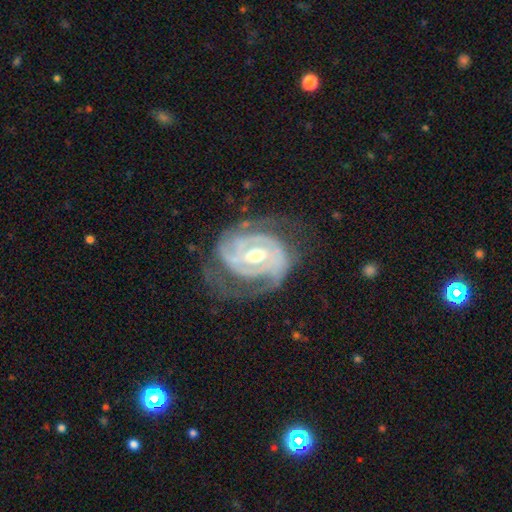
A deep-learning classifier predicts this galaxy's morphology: Smooth or featured? Predicted: featured or disk (p=0.90). Edge-on disk? Predicted: no (p=0.97). Bar? Predicted: weak (p=0.44). Spiral arms? Predicted: yes (p=0.95). Spiral winding? Predicted: tight (p=0.57). Spiral arm count? Predicted: 2 (p=0.50). Bulge size? Predicted: moderate (p=0.71). Merging? Predicted: none (p=0.59).